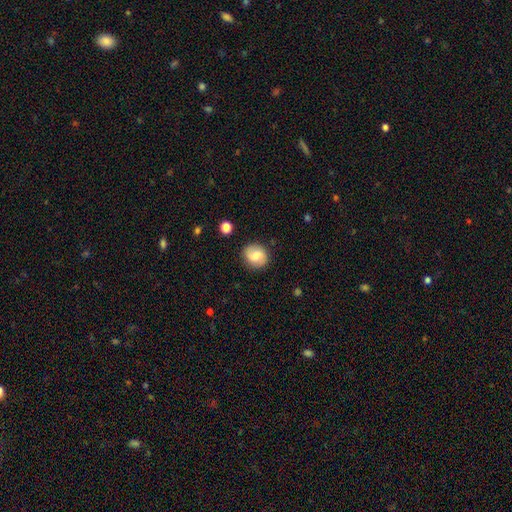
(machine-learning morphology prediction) Smooth or featured?
  - smooth: 69% *
  - featured or disk: 23%
  - star or artifact: 8%
How rounded?
  - round: 78% *
  - in between: 21%
  - cigar-shaped: 1%
Merging?
  - none: 85% *
  - minor disturbance: 11%
  - major disturbance: 3%
  - merger: 1%